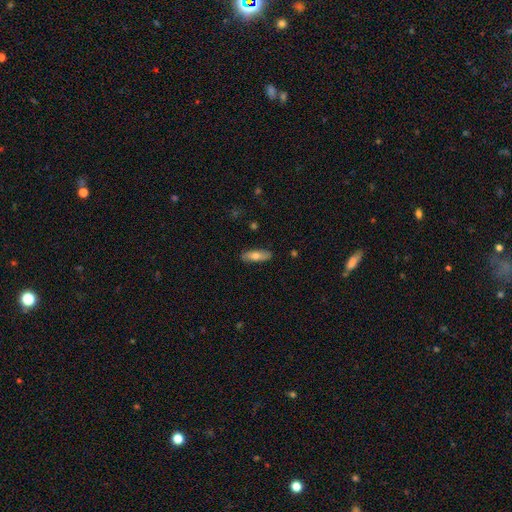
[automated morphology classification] The model was most divided on "how rounded": in between: 62%, cigar-shaped: 36%, round: 2%. More confident: merging — none (86%); smooth or featured — smooth (70%).